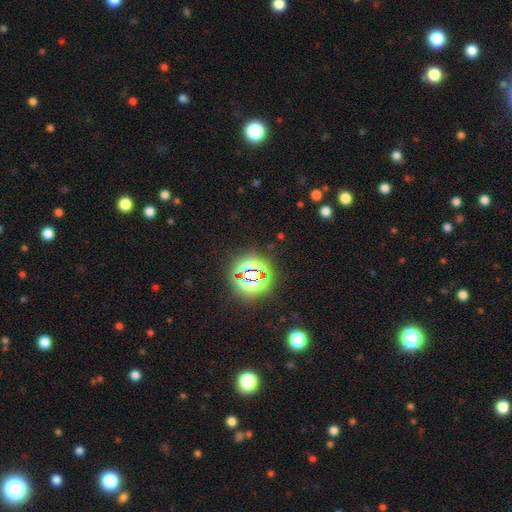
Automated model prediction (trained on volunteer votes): Q: Smooth or featured?
A: star or artifact (82%); runner-up: smooth (12%)